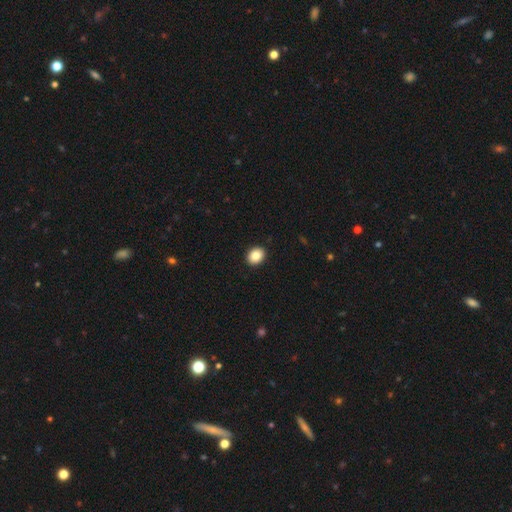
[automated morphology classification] type=smooth (86%); roundness=round (52%); merging=none (92%).